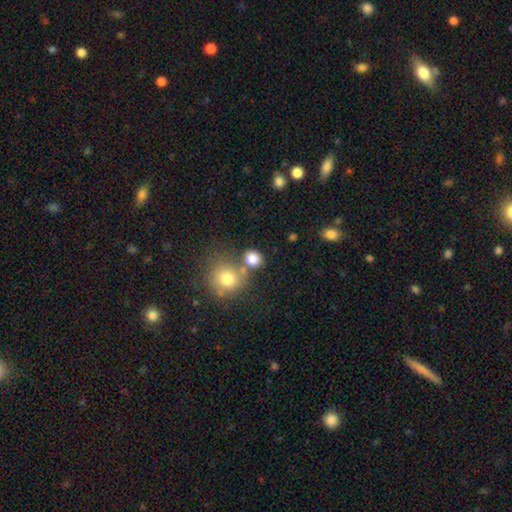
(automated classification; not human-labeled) smooth_or_featured: smooth (p=0.76) [alt: star or artifact p=0.16]
how_rounded: round (p=0.75) [alt: in between p=0.24]
merging: none (p=0.63) [alt: merger p=0.22]